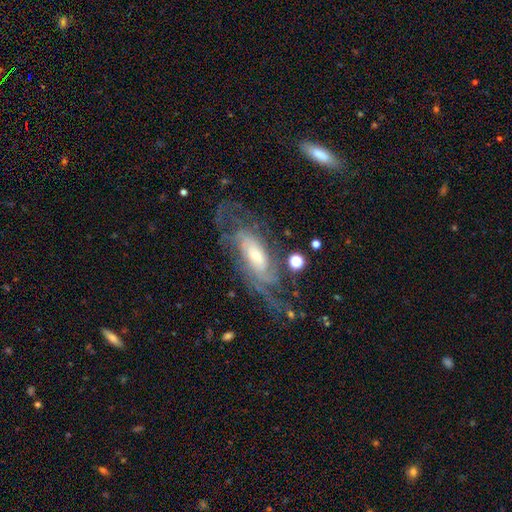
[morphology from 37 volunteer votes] A featured or disk galaxy (78%) with no bar (65%), tight (59%) spiral arms (96%) and a small central bulge (57%). Merging: none (67%).